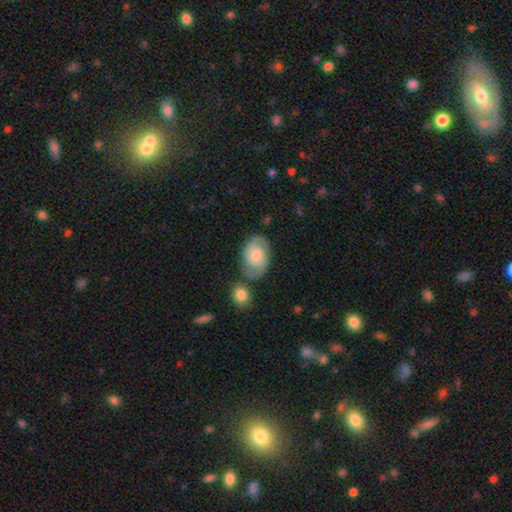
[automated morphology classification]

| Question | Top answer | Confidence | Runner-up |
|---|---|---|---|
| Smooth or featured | featured or disk | 55% | smooth (39%) |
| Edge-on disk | no | 96% | yes (4%) |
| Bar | no | 63% | weak (32%) |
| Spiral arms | yes | 85% | no (15%) |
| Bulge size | moderate | 41% | small (32%) |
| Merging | none | 60% | minor disturbance (19%) |